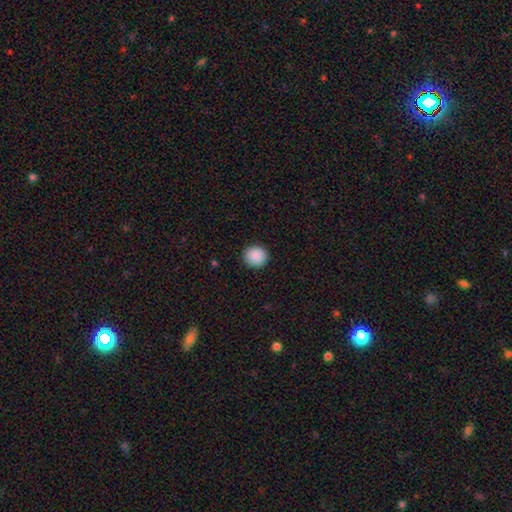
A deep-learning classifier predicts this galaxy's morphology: type=smooth (89%); roundness=round (92%); merging=none (92%).